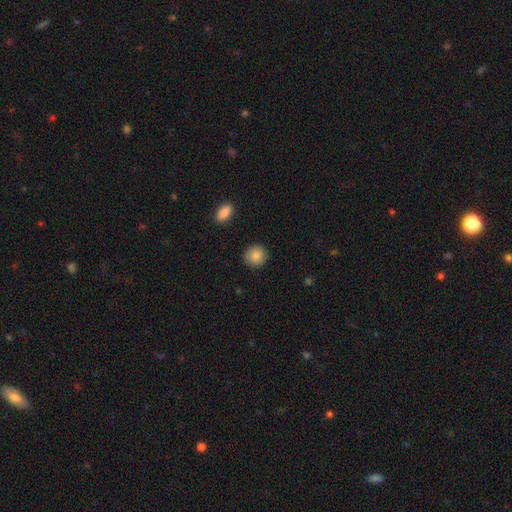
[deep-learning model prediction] Smooth or featured?
  - smooth: 87% *
  - star or artifact: 7%
  - featured or disk: 6%
How rounded?
  - round: 89% *
  - in between: 10%
  - cigar-shaped: 1%
Merging?
  - none: 89% *
  - minor disturbance: 8%
  - major disturbance: 2%
  - merger: 1%